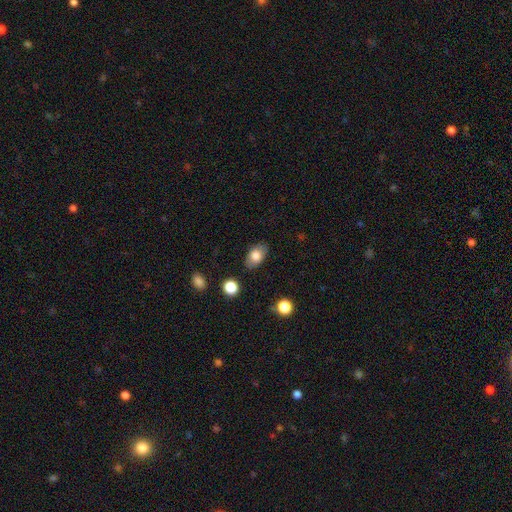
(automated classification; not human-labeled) Smooth or featured?
  - smooth: 78% *
  - featured or disk: 14%
  - star or artifact: 8%
How rounded?
  - in between: 88% *
  - round: 10%
  - cigar-shaped: 2%
Merging?
  - none: 83% *
  - minor disturbance: 12%
  - major disturbance: 3%
  - merger: 2%